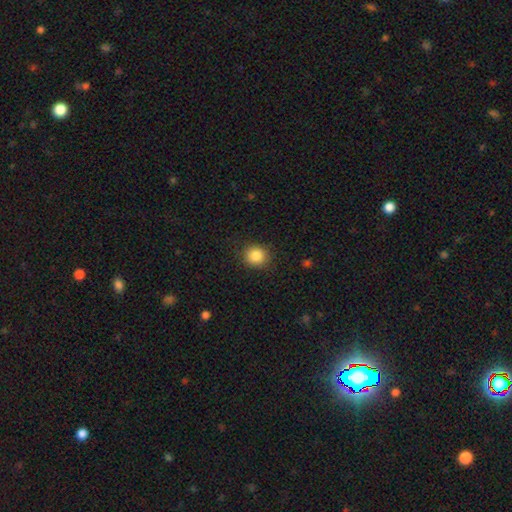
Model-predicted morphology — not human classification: Smooth or featured? smooth (85%)
How rounded? round (80%)
Merging? none (87%)